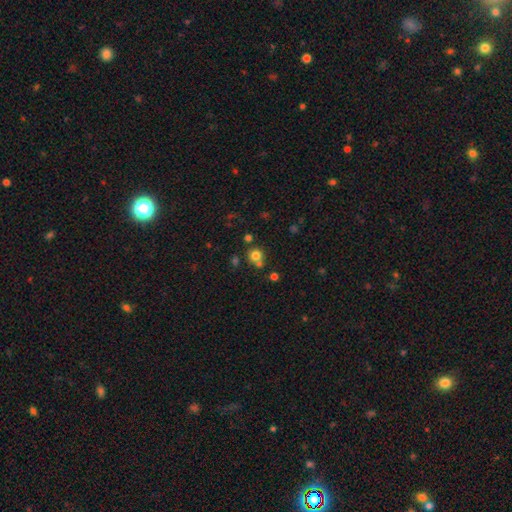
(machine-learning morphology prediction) smooth_or_featured: smooth (p=0.76) [alt: star or artifact p=0.16]
how_rounded: round (p=0.89) [alt: in between p=0.10]
merging: none (p=0.63) [alt: merger p=0.25]